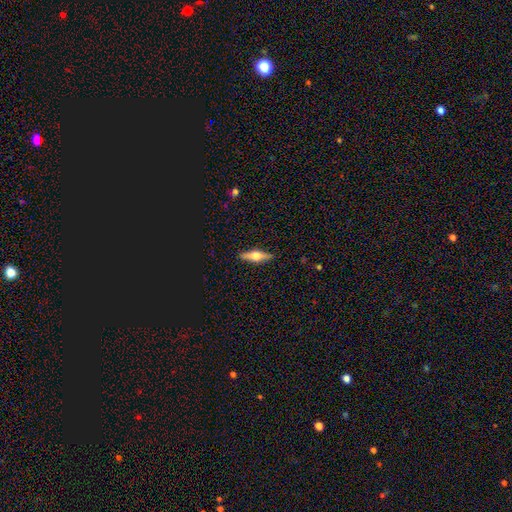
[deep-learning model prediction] A featured or disk galaxy (64%) viewed edge-on (96%) with a rounded central bulge (93%). Merging: none (90%).